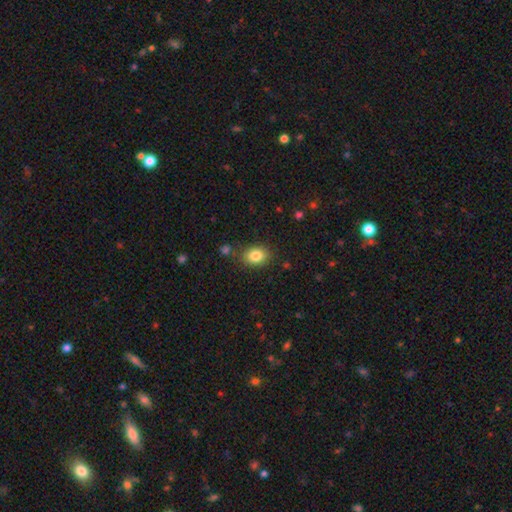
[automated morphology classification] Q: Smooth or featured?
A: smooth (84%); runner-up: star or artifact (9%)
Q: How rounded?
A: in between (69%); runner-up: round (30%)
Q: Merging?
A: none (82%); runner-up: minor disturbance (11%)